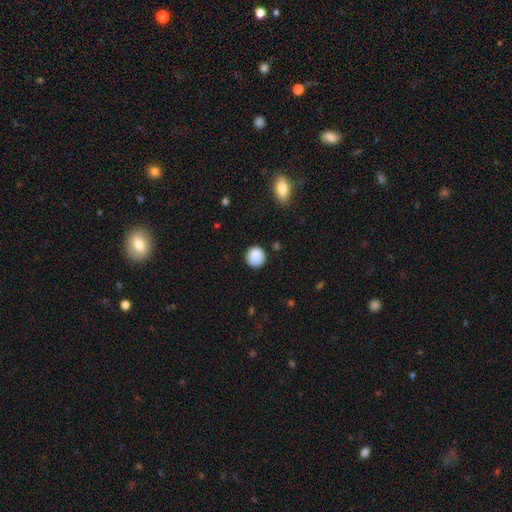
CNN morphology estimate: smooth 88%, star or artifact 9%, featured or disk 4%. Down the decision tree: how rounded — round (93%); merging — none (85%).